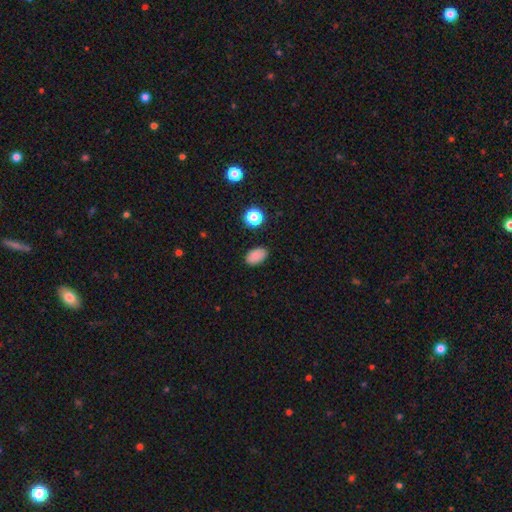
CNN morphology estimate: Q: Smooth or featured?
A: smooth (85%); runner-up: star or artifact (11%)
Q: How rounded?
A: in between (88%); runner-up: round (11%)
Q: Merging?
A: none (86%); runner-up: minor disturbance (10%)